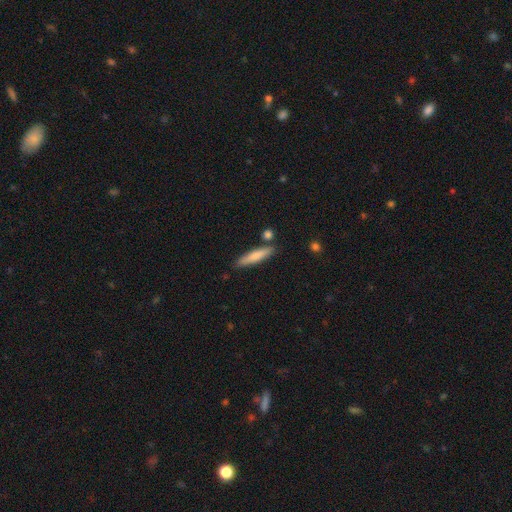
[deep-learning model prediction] Overall: smooth (72%). How rounded: cigar-shaped (87%). Merging: none (82%).